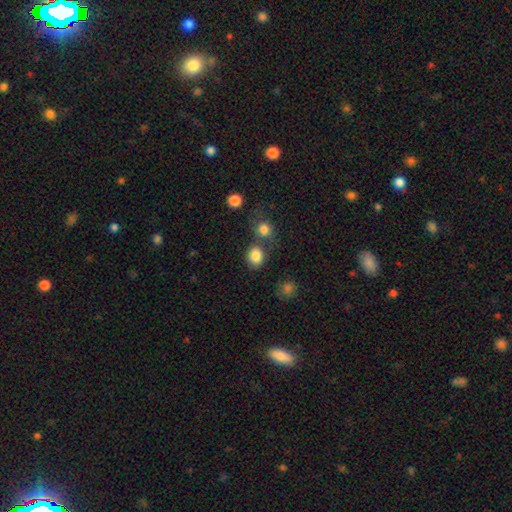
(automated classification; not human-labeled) A smooth galaxy with no disk features (84%) that is round (59%).

Vote fractions:
- Smooth or featured? smooth: 84% / star or artifact: 10% / featured or disk: 6%
- How rounded? round: 59% / in between: 40% / cigar-shaped: 1%
- Merging? none: 64% / merger: 20% / minor disturbance: 11% / major disturbance: 4%